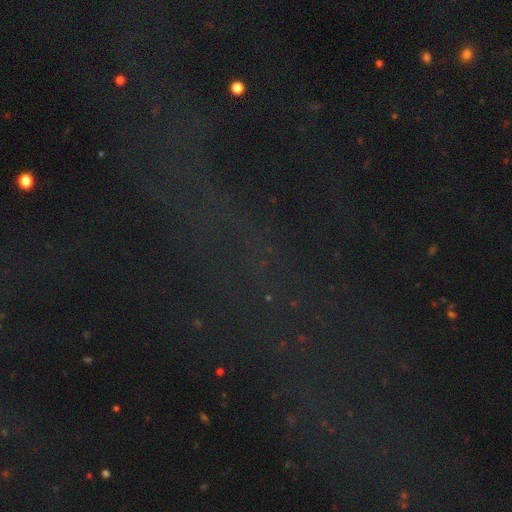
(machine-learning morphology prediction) Smooth or featured? star or artifact (73%)